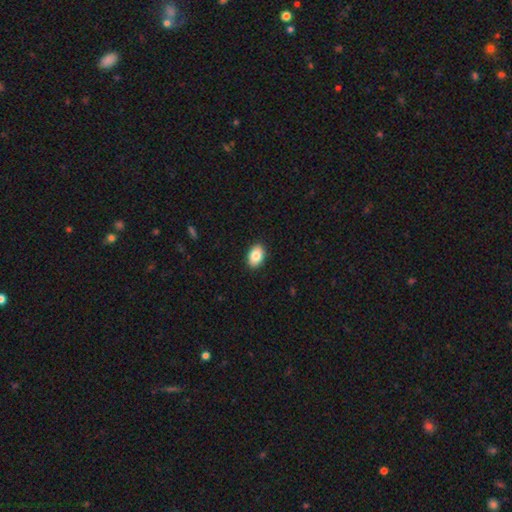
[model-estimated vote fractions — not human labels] A smooth galaxy with no disk features (85%) that is in between round and cigar-shaped (88%).

Vote fractions:
- Smooth or featured? smooth: 85% / featured or disk: 8% / star or artifact: 7%
- How rounded? in between: 88% / round: 11% / cigar-shaped: 1%
- Merging? none: 90% / minor disturbance: 7% / major disturbance: 2% / merger: 1%